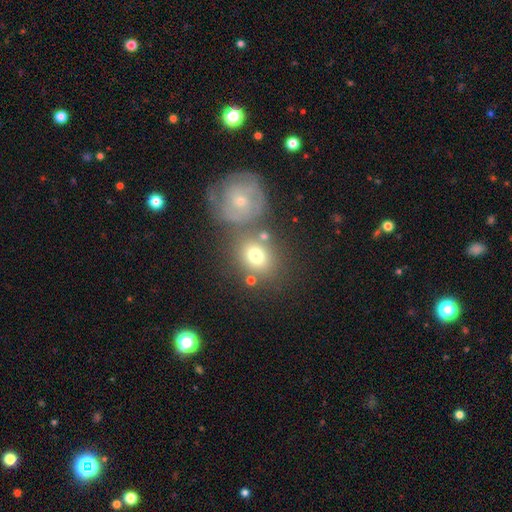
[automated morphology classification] smooth 67%, featured or disk 22%, star or artifact 11%. Down the decision tree: how rounded — round (66%); merging — none (59%).